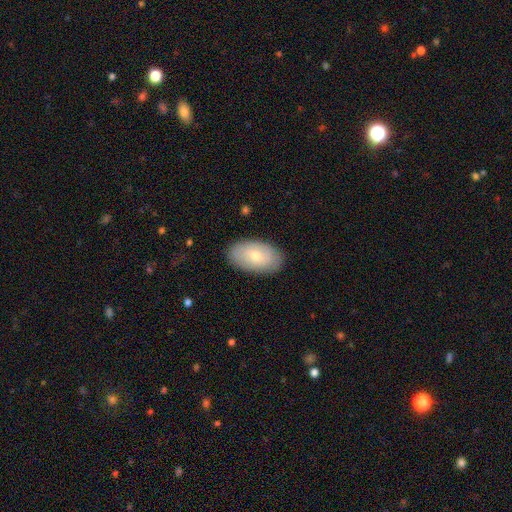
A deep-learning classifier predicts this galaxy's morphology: A smooth galaxy with no disk features (67%) that is in between round and cigar-shaped (93%). Merging: none (86%).